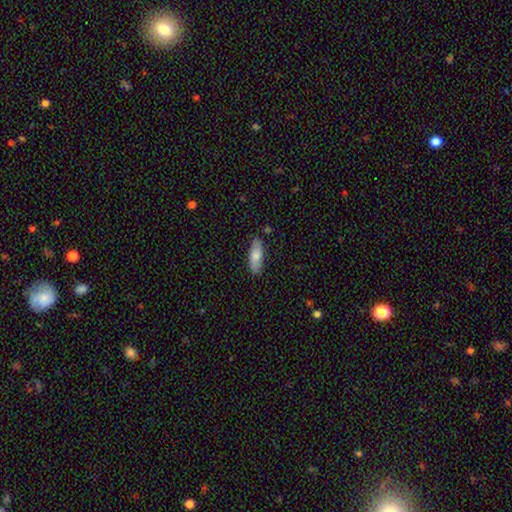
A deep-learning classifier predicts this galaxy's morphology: Smooth or featured?
  - smooth: 77% *
  - featured or disk: 18%
  - star or artifact: 6%
How rounded?
  - in between: 64% *
  - cigar-shaped: 34%
  - round: 2%
Merging?
  - none: 84% *
  - minor disturbance: 12%
  - major disturbance: 2%
  - merger: 2%